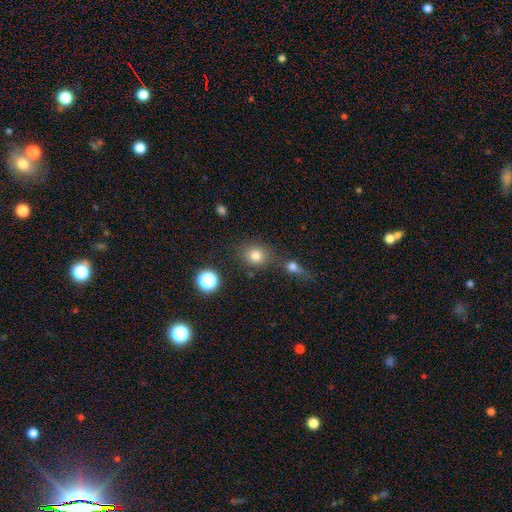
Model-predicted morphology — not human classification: A smooth galaxy with no disk features (79%) that is round (72%).

Vote fractions:
- Smooth or featured? smooth: 79% / star or artifact: 13% / featured or disk: 8%
- How rounded? round: 72% / in between: 27% / cigar-shaped: 1%
- Merging? none: 70% / merger: 14% / minor disturbance: 11% / major disturbance: 5%